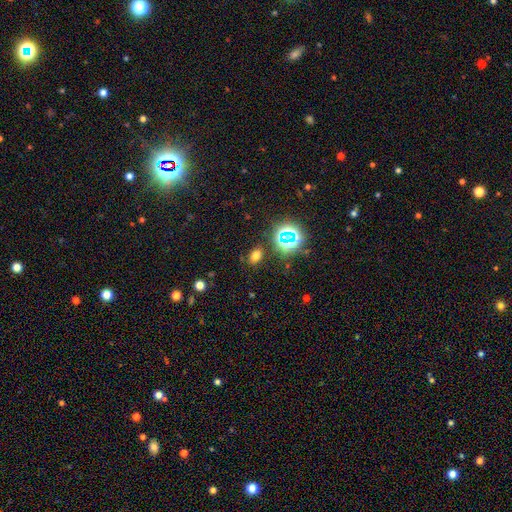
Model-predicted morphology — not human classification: Overall: smooth (64%; star or artifact 27%). How rounded: in between (73%). Merging: none (84%).